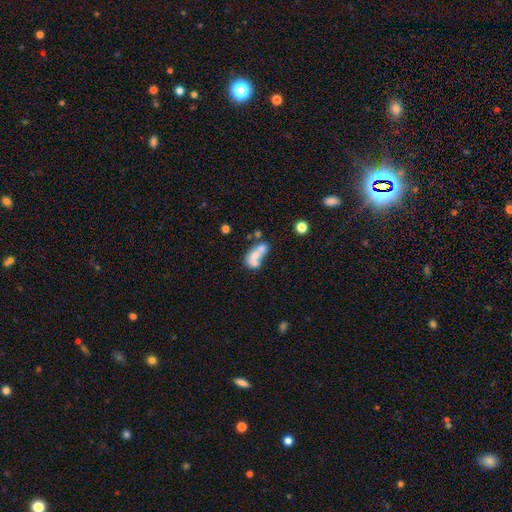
This is likely a smooth galaxy (68%). How rounded: likely in between (73%). Merging: likely merger (65%).